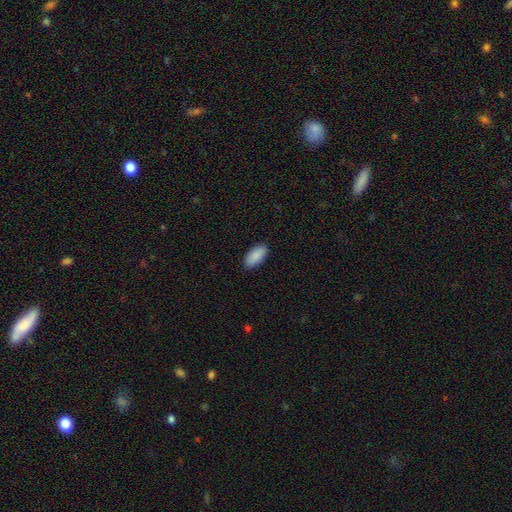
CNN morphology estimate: Smooth or featured? smooth (91%)
How rounded? in between (94%)
Merging? none (89%)